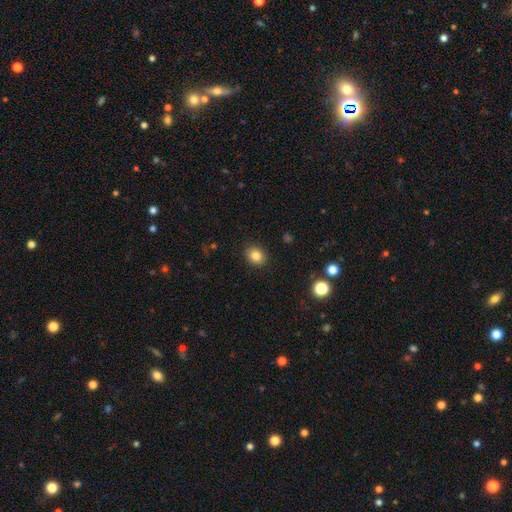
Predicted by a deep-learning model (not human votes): This appears to be a smooth galaxy with no disk features (83%) that is round (63%). Merging: none (89%).